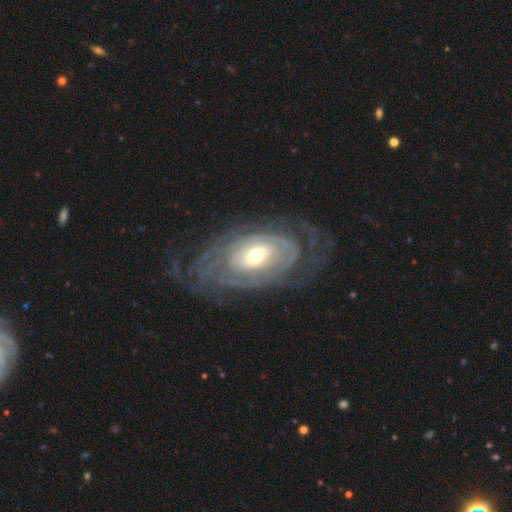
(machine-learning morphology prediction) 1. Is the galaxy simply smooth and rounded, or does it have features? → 85% featured or disk, 10% smooth, 6% star or artifact.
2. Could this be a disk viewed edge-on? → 94% no, 6% yes.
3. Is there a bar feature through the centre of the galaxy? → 49% no, 35% weak, 17% strong.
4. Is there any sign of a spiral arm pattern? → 88% yes, 12% no.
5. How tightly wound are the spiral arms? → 74% tight, 19% medium, 7% loose.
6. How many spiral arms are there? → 51% can't tell, 17% 2, 10% 3, 9% 4, 8% more than 4, 6% 1.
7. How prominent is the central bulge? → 55% moderate, 36% small, 7% large, 1% dominant, 1% none.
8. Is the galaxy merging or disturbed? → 68% none, 17% minor disturbance, 13% major disturbance, 2% merger.